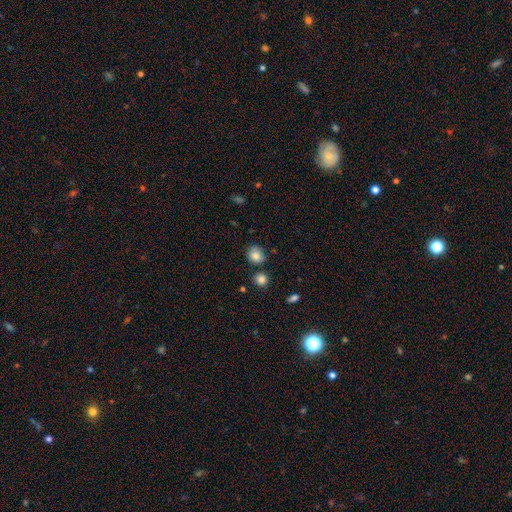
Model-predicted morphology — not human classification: Smooth or featured: smooth — 81% (star or artifact — 10%)
How rounded: round — 75% (in between — 24%)
Merging: none — 77% (minor disturbance — 14%)